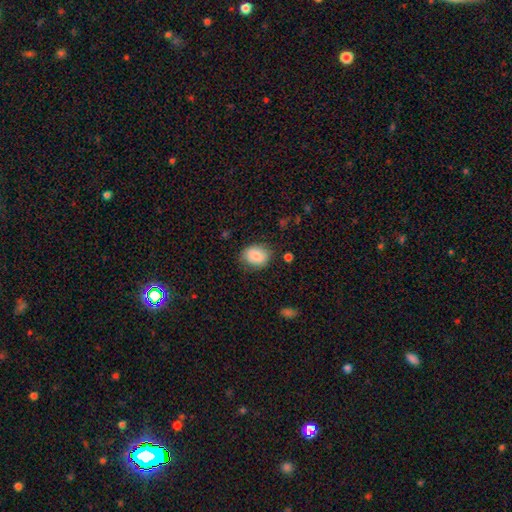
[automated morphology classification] This is clearly a smooth galaxy (85%). How rounded: possibly in between (53%). Merging: likely none (78%).